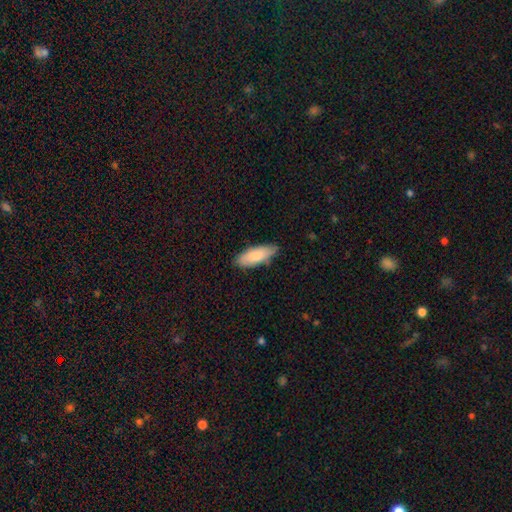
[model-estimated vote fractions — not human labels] smooth 81%, featured or disk 13%, star or artifact 5%. Down the decision tree: how rounded — in between (72%); merging — none (80%).